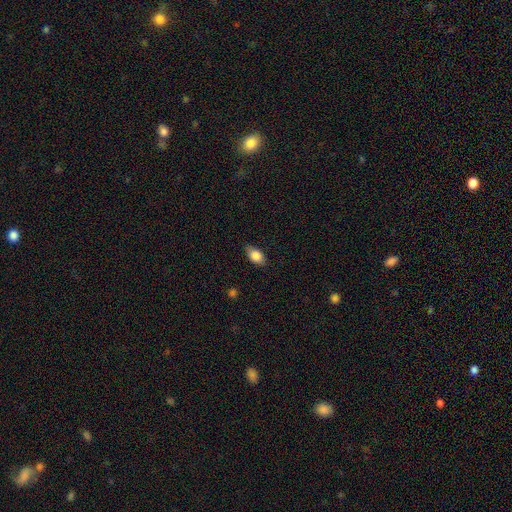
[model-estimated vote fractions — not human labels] Smooth or featured?
  - smooth: 83% *
  - featured or disk: 9%
  - star or artifact: 7%
How rounded?
  - in between: 88% *
  - round: 9%
  - cigar-shaped: 4%
Merging?
  - none: 76% *
  - minor disturbance: 19%
  - major disturbance: 4%
  - merger: 1%